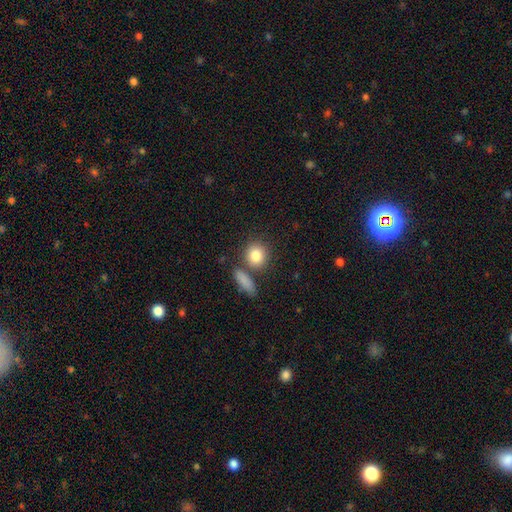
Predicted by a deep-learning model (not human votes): Smooth or featured?
  - smooth: 84% *
  - star or artifact: 8%
  - featured or disk: 8%
How rounded?
  - round: 77% *
  - in between: 20%
  - cigar-shaped: 3%
Merging?
  - none: 71% *
  - merger: 15%
  - minor disturbance: 10%
  - major disturbance: 4%